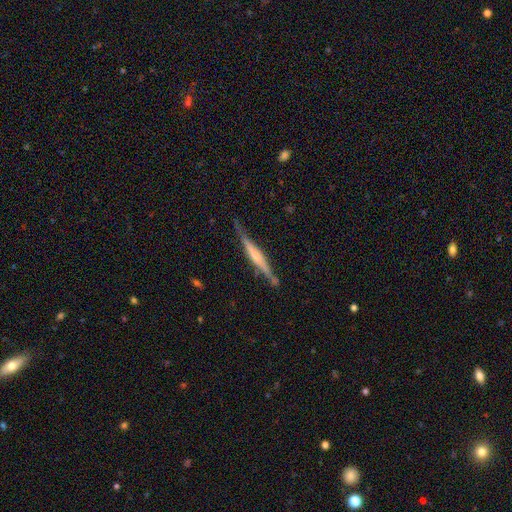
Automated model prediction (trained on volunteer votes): This is likely a featured or disk galaxy (66%). It is clearly viewed edge-on (97%). Edge-on bulge: marginally rounded (43%). Merging: likely none (78%).